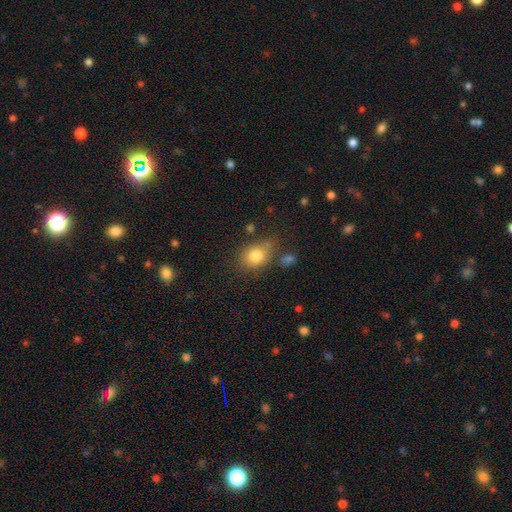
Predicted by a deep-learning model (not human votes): A smooth galaxy with no disk features (80%) that is in between round and cigar-shaped (56%).

Vote fractions:
- Smooth or featured? smooth: 80% / star or artifact: 10% / featured or disk: 10%
- How rounded? in between: 56% / round: 43% / cigar-shaped: 1%
- Merging? none: 65% / minor disturbance: 20% / merger: 8% / major disturbance: 7%